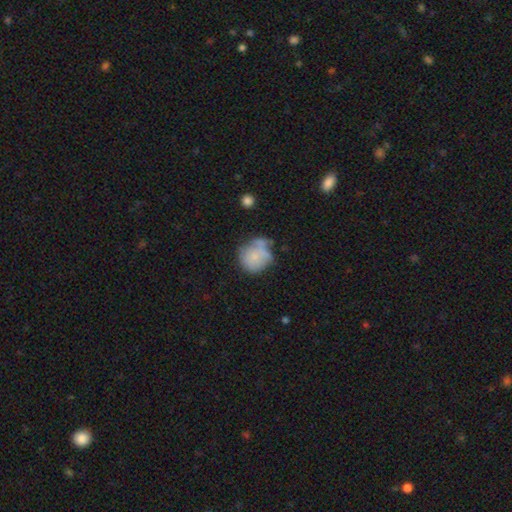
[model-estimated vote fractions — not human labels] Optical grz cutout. It shows a smooth galaxy with no disk features (68%) that is round (78%). Merging: none (38%).